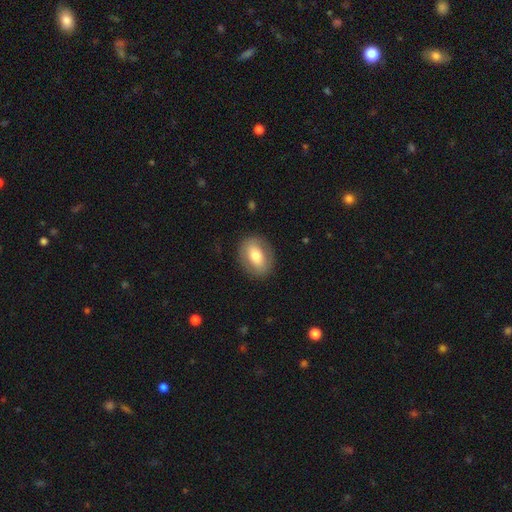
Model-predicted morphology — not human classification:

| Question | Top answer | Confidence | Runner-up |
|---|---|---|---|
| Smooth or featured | smooth | 66% | featured or disk (27%) |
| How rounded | in between | 67% | round (32%) |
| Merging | none | 85% | minor disturbance (10%) |